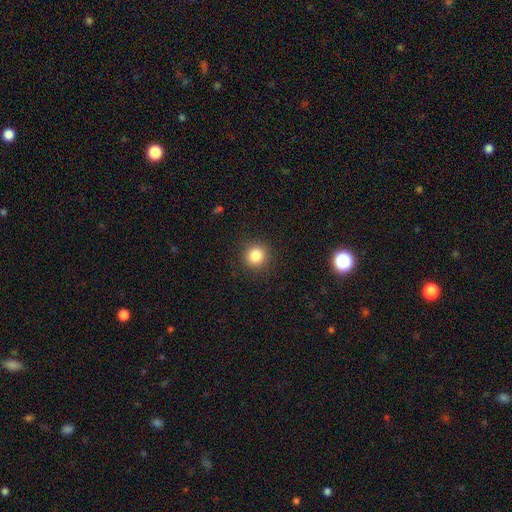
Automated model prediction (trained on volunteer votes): Q: Smooth or featured?
A: smooth (84%); runner-up: star or artifact (11%)
Q: How rounded?
A: round (92%); runner-up: in between (7%)
Q: Merging?
A: none (90%); runner-up: minor disturbance (6%)